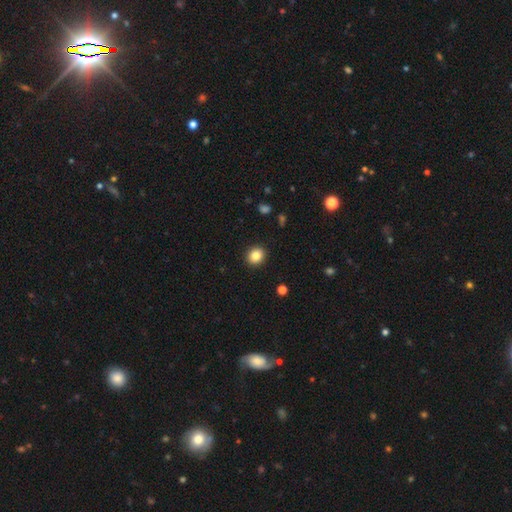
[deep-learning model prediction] smooth 85%, star or artifact 10%, featured or disk 6%. Down the decision tree: how rounded — round (78%); merging — none (92%).